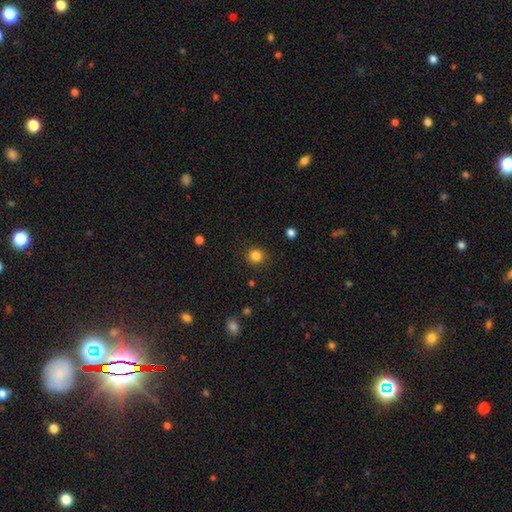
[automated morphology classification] Q: Smooth or featured?
A: smooth (84%); runner-up: star or artifact (12%)
Q: How rounded?
A: round (87%); runner-up: in between (12%)
Q: Merging?
A: none (88%); runner-up: minor disturbance (8%)